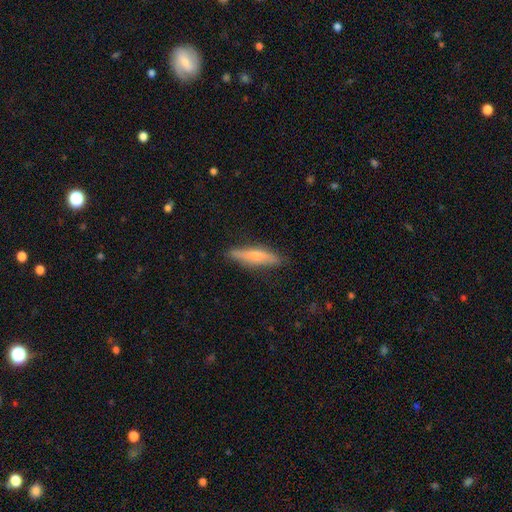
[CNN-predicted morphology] type=smooth (58%); roundness=cigar-shaped (78%); merging=none (83%).